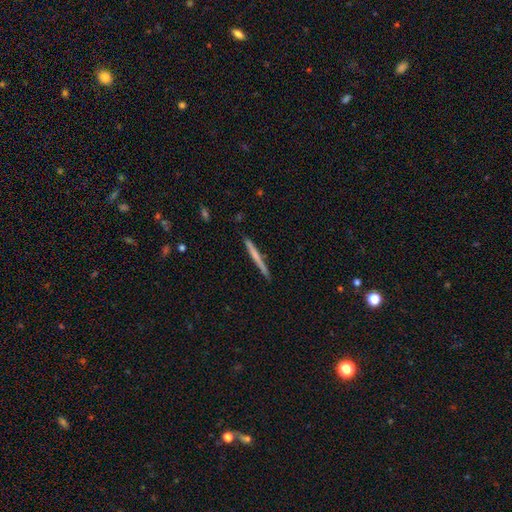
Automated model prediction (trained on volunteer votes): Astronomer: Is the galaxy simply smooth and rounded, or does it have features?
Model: smooth — 51% (runner-up: featured or disk, 44%).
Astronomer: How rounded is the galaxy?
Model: cigar-shaped — 97%.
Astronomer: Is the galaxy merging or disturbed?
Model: none — 90%.